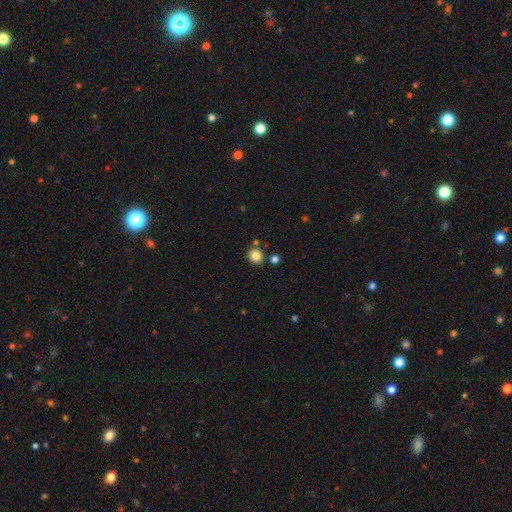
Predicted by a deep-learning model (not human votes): A smooth galaxy with no disk features (84%) that is round (83%).

Vote fractions:
- Smooth or featured? smooth: 84% / star or artifact: 11% / featured or disk: 5%
- How rounded? round: 83% / in between: 16% / cigar-shaped: 1%
- Merging? none: 80% / merger: 9% / minor disturbance: 8% / major disturbance: 2%